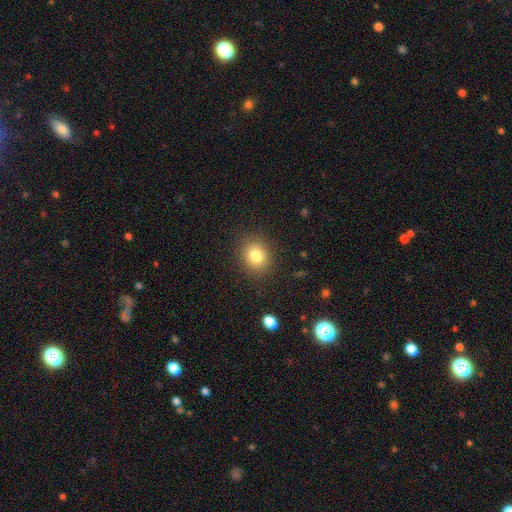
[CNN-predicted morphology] This is clearly a smooth galaxy (80%). How rounded: likely round (73%). Merging: clearly none (88%).